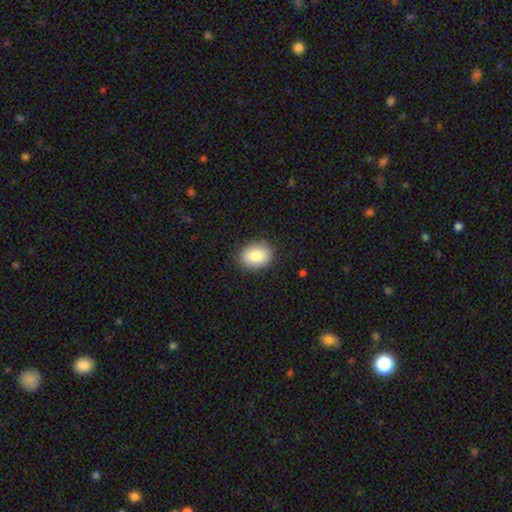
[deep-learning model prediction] Overall: smooth (85%). How rounded: in between (63%; round 36%). Merging: none (87%).